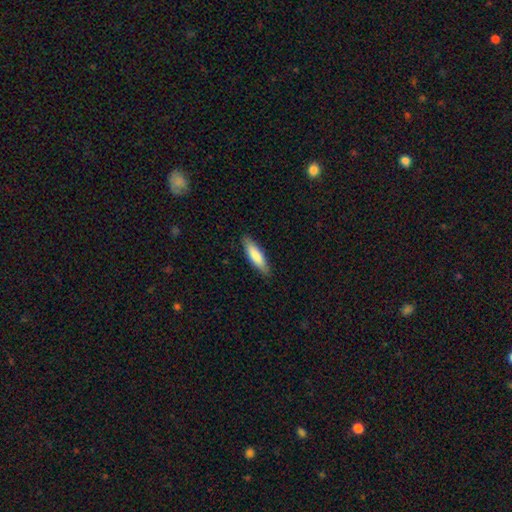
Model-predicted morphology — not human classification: A smooth galaxy with no disk features (80%) that is cigar-shaped (61%).

Vote fractions:
- Smooth or featured? smooth: 80% / featured or disk: 15% / star or artifact: 5%
- How rounded? cigar-shaped: 61% / in between: 37% / round: 1%
- Merging? none: 87% / minor disturbance: 10% / major disturbance: 2% / merger: 1%